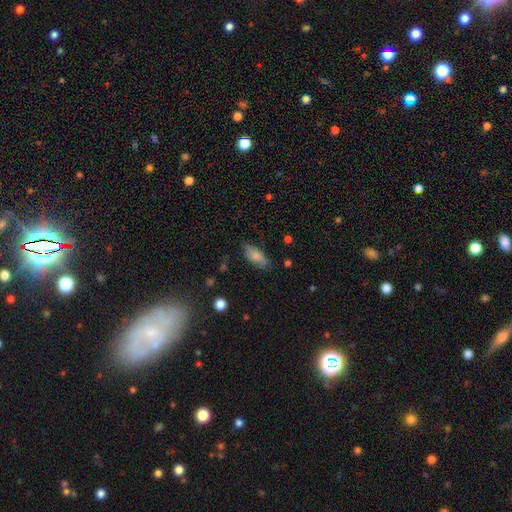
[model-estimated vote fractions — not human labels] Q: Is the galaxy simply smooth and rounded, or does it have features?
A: smooth — 81%.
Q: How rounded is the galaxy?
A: in between — 85%.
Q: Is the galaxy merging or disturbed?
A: none — 77%.